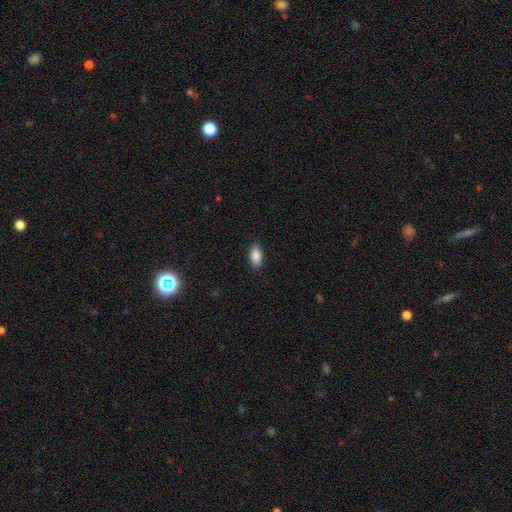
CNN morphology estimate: Overall: smooth (89%). How rounded: in between (92%). Merging: none (89%).